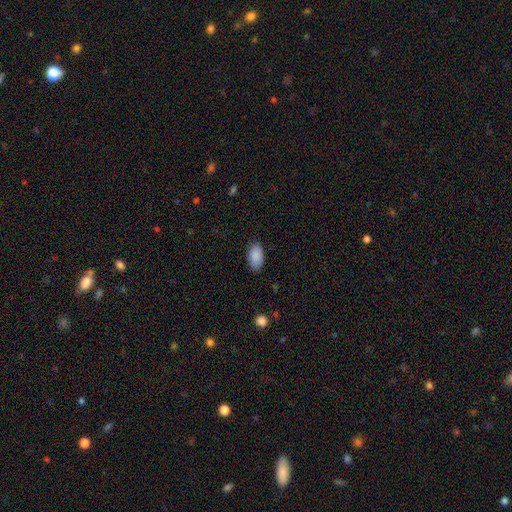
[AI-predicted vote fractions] Q: Smooth or featured?
A: smooth (89%); runner-up: star or artifact (7%)
Q: How rounded?
A: in between (93%); runner-up: round (5%)
Q: Merging?
A: none (83%); runner-up: minor disturbance (13%)